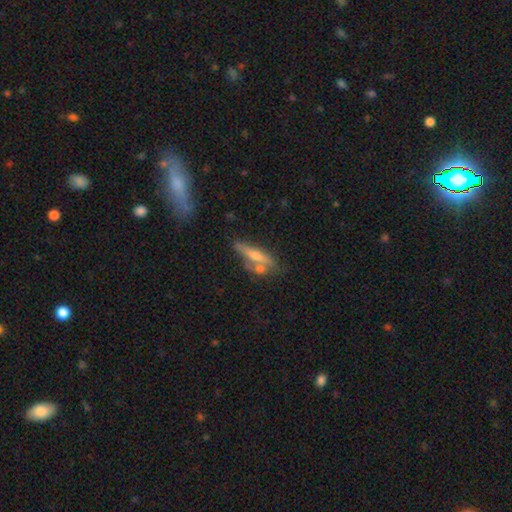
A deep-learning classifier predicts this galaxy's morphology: A smooth galaxy with no disk features (46%, tied with featured or disk). Merging: none (51%).